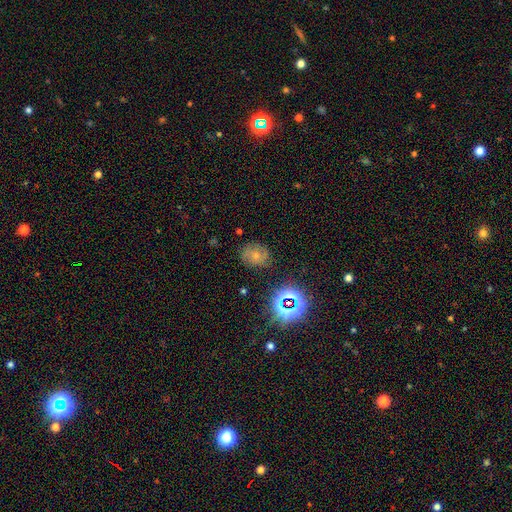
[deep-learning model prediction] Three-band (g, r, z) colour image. It shows a featured or disk galaxy (44%). Merging: none (75%).